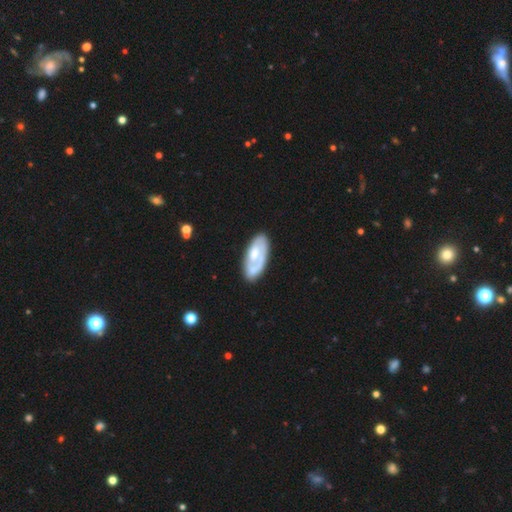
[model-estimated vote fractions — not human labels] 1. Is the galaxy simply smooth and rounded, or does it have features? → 58% featured or disk, 37% smooth, 5% star or artifact.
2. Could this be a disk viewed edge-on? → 91% no, 9% yes.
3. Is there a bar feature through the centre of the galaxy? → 72% no, 22% weak, 6% strong.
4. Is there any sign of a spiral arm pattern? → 59% yes, 41% no.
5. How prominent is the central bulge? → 46% moderate, 22% large, 20% small, 10% none, 2% dominant.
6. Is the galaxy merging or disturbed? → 68% none, 20% minor disturbance, 9% major disturbance, 4% merger.